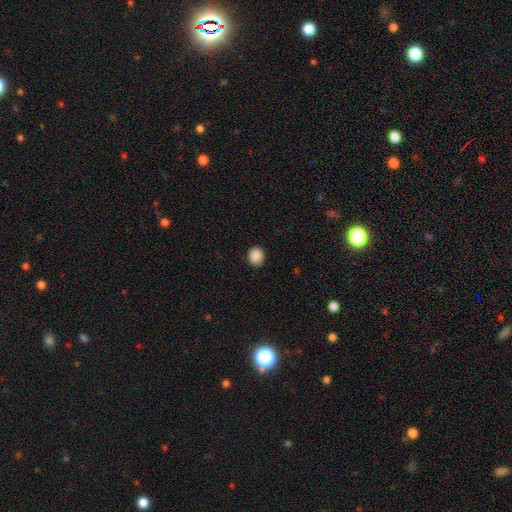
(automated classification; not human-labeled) smooth 89%, star or artifact 8%, featured or disk 3%. Down the decision tree: how rounded — round (71%); merging — none (90%).